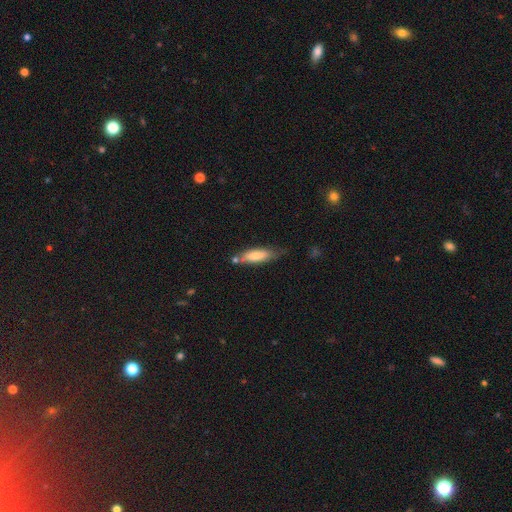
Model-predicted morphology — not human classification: This is likely a smooth galaxy (74%). How rounded: possibly cigar-shaped (51%). Merging: possibly none (56%).